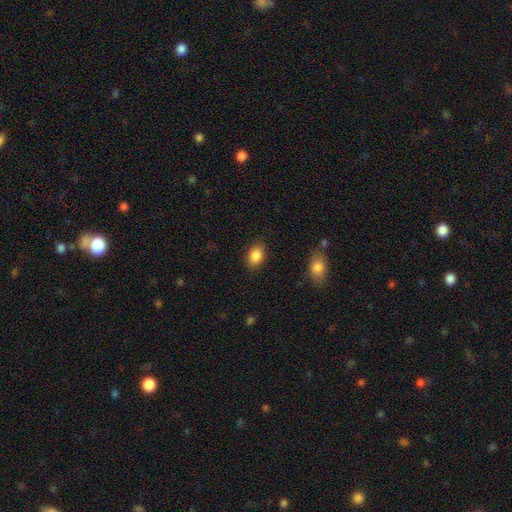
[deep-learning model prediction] smooth 87%, star or artifact 8%, featured or disk 5%. Down the decision tree: how rounded — in between (83%); merging — none (86%).